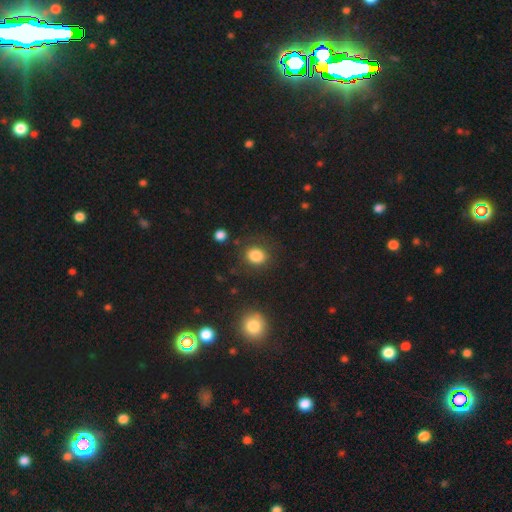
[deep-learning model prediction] Smooth or featured?
  - smooth: 85% *
  - star or artifact: 10%
  - featured or disk: 6%
How rounded?
  - round: 55% *
  - in between: 44%
  - cigar-shaped: 1%
Merging?
  - none: 81% *
  - minor disturbance: 12%
  - major disturbance: 5%
  - merger: 2%